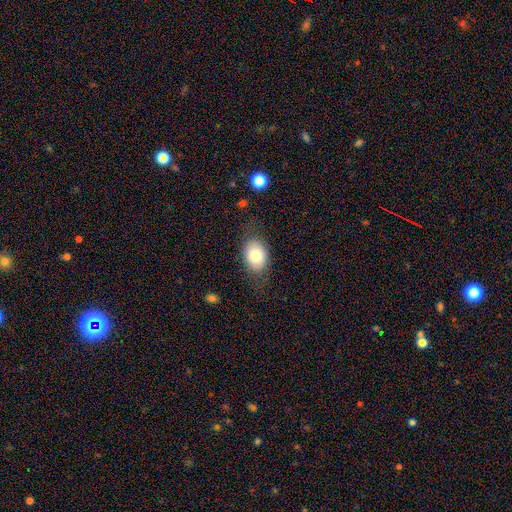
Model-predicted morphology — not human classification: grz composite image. It shows a smooth galaxy with no disk features (78%) that is in between round and cigar-shaped (76%). Merging: none (73%).